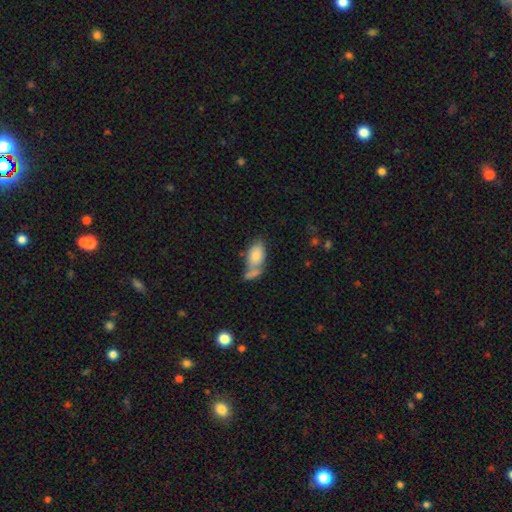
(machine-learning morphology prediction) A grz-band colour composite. It shows a smooth galaxy with no disk features (79%) that is in between round and cigar-shaped (91%). Merging: merger (39%, tied with none).